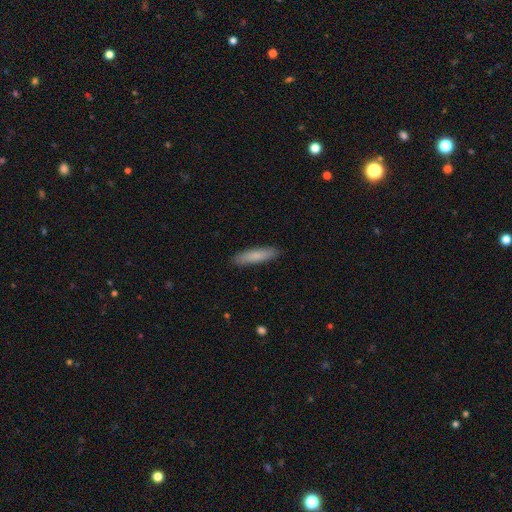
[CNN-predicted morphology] smooth 80%, featured or disk 14%, star or artifact 6%. Down the decision tree: how rounded — cigar-shaped (78%); merging — none (89%).